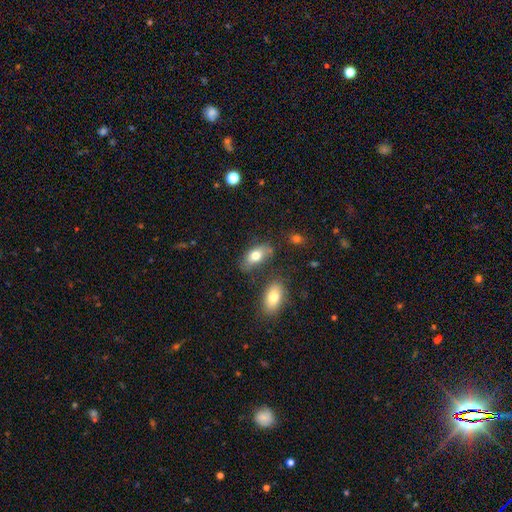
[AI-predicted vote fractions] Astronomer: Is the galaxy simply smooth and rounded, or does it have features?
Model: smooth — 76%.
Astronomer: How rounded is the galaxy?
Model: in between — 90%.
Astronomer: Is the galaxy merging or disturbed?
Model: none — 68%.